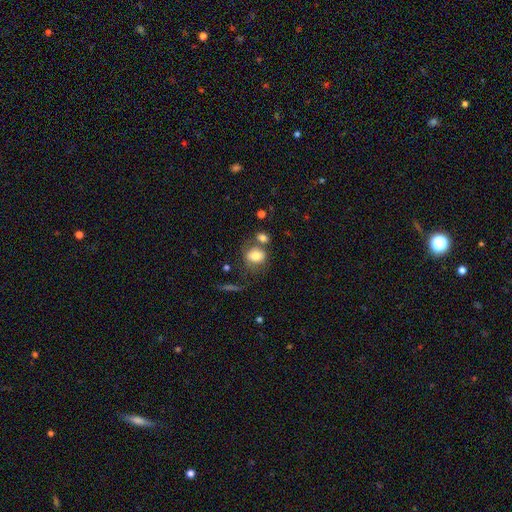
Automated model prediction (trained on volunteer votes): A smooth galaxy with no disk features (77%) that is round (52%).

Vote fractions:
- Smooth or featured? smooth: 77% / featured or disk: 14% / star or artifact: 10%
- How rounded? round: 52% / in between: 46% / cigar-shaped: 2%
- Merging? none: 49% / merger: 26% / minor disturbance: 17% / major disturbance: 8%